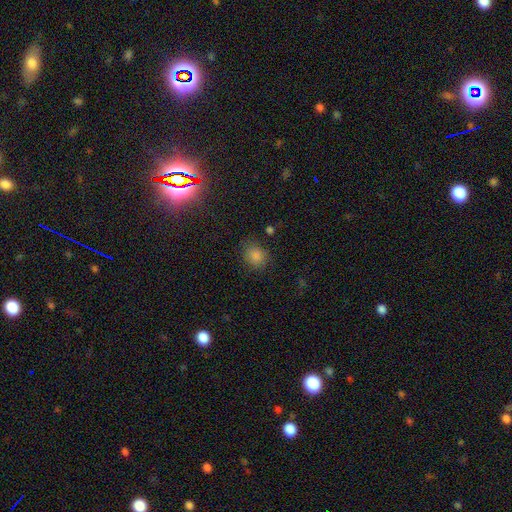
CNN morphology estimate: A smooth galaxy with no disk features (83%) that is round (60%). Merging: none (77%).